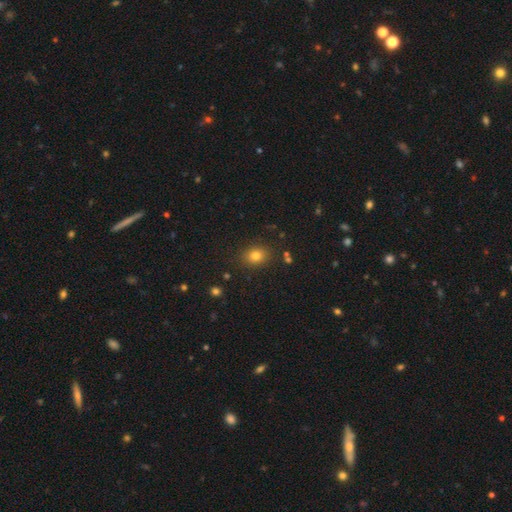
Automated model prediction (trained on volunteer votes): smooth 80%, star or artifact 12%, featured or disk 8%. Down the decision tree: how rounded — in between (61%); merging — none (85%).